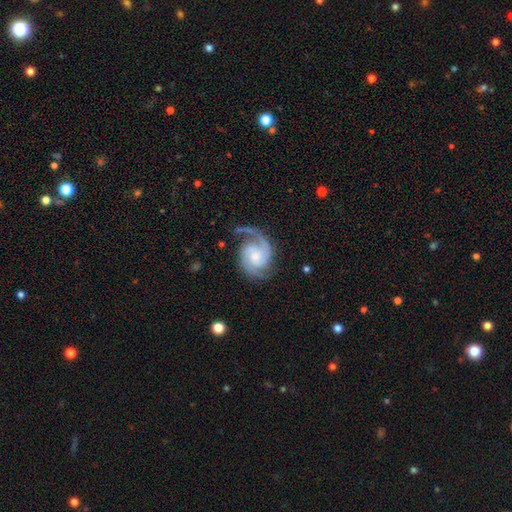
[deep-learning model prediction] Smooth or featured? Predicted: featured or disk (p=0.89). Edge-on disk? Predicted: no (p=0.98). Bar? Predicted: no (p=0.65). Spiral arms? Predicted: yes (p=0.98). Spiral winding? Predicted: medium (p=0.51). Spiral arm count? Predicted: 2 (p=0.78). Bulge size? Predicted: small (p=0.49). Merging? Predicted: none (p=0.66).